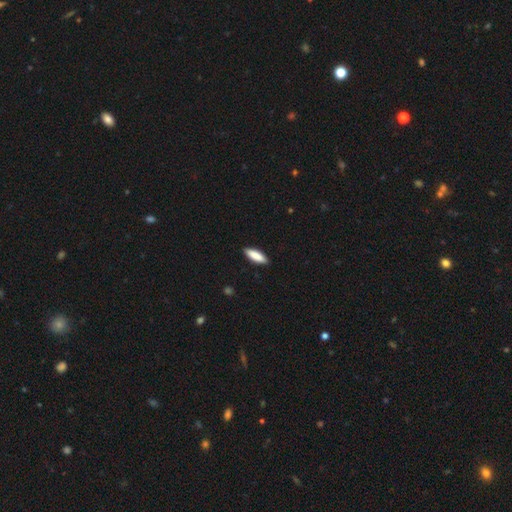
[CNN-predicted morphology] Smooth or featured?
  - smooth: 87% *
  - featured or disk: 8%
  - star or artifact: 5%
How rounded?
  - cigar-shaped: 50% *
  - in between: 48%
  - round: 2%
Merging?
  - none: 90% *
  - minor disturbance: 8%
  - major disturbance: 2%
  - merger: 1%